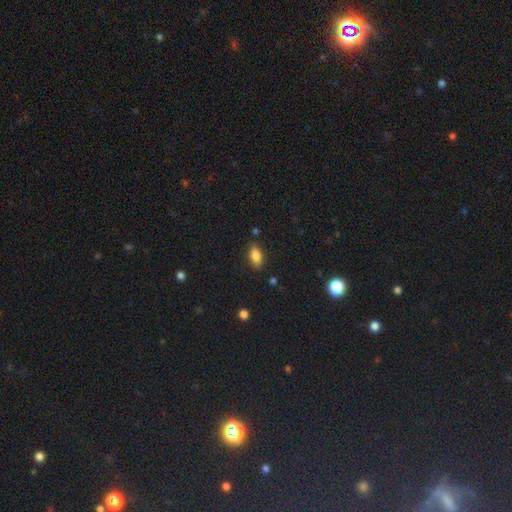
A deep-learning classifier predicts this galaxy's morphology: A smooth galaxy with no disk features (81%) that is in between round and cigar-shaped (86%).

Vote fractions:
- Smooth or featured? smooth: 81% / featured or disk: 9% / star or artifact: 9%
- How rounded? in between: 86% / cigar-shaped: 10% / round: 4%
- Merging? none: 85% / minor disturbance: 11% / major disturbance: 2% / merger: 2%